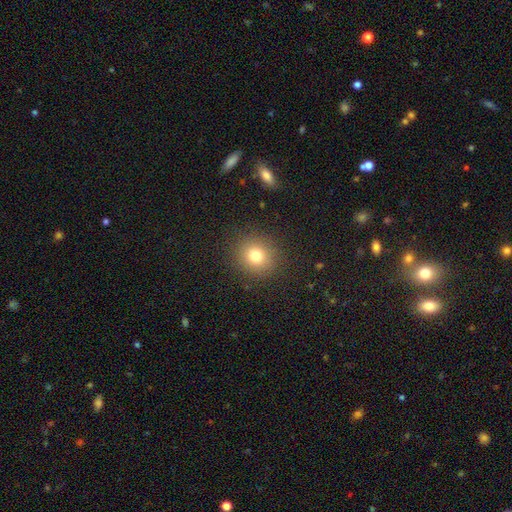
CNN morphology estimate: Smooth or featured? Predicted: smooth (p=0.77). How rounded? Predicted: round (p=0.85). Merging? Predicted: none (p=0.89).